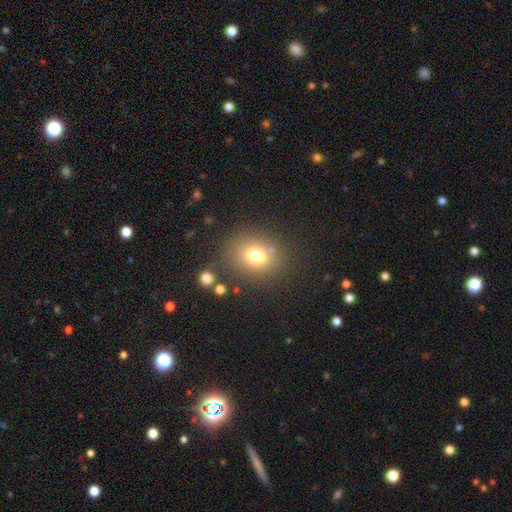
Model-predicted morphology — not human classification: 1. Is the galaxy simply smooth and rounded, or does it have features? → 74% smooth, 15% star or artifact, 11% featured or disk.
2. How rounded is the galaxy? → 64% round, 35% in between, 1% cigar-shaped.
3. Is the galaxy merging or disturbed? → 78% none, 11% minor disturbance, 5% major disturbance, 5% merger.